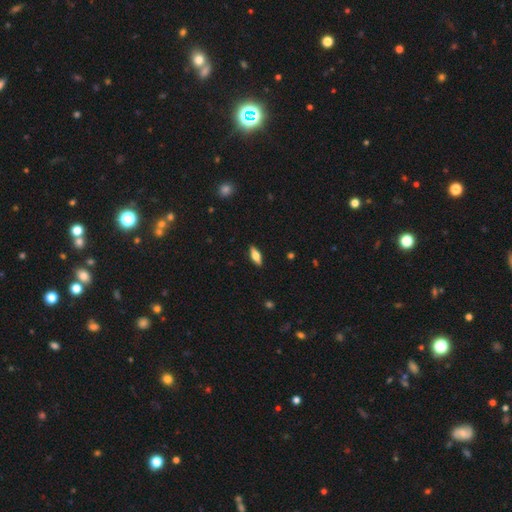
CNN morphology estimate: smooth-or-featured: smooth: 57% | featured or disk: 36% | star or artifact: 7%
  how-rounded: in between: 68% | cigar-shaped: 29% | round: 3%
  merging: none: 89% | minor disturbance: 8% | major disturbance: 2% | merger: 1%